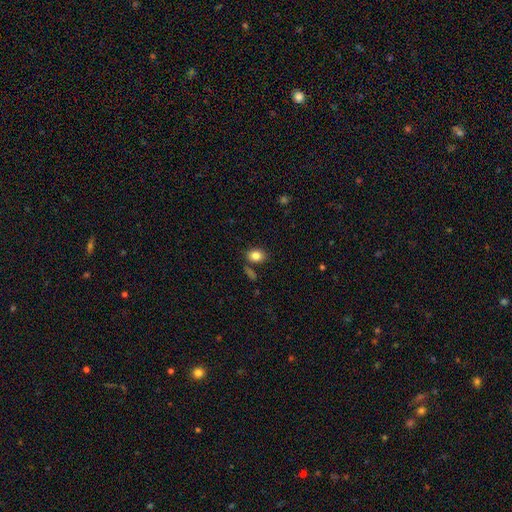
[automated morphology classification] smooth_or_featured: smooth (p=0.84) [alt: star or artifact p=0.09]
how_rounded: in between (p=0.67) [alt: round p=0.32]
merging: none (p=0.78) [alt: minor disturbance p=0.12]